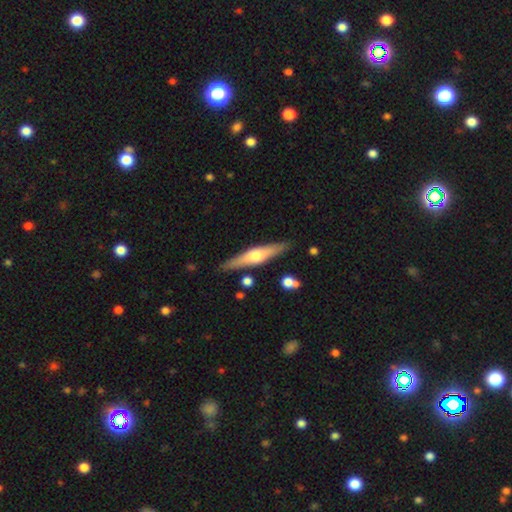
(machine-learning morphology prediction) A featured or disk galaxy (61%) viewed edge-on (94%) with a rounded central bulge (91%). Merging: none (87%).